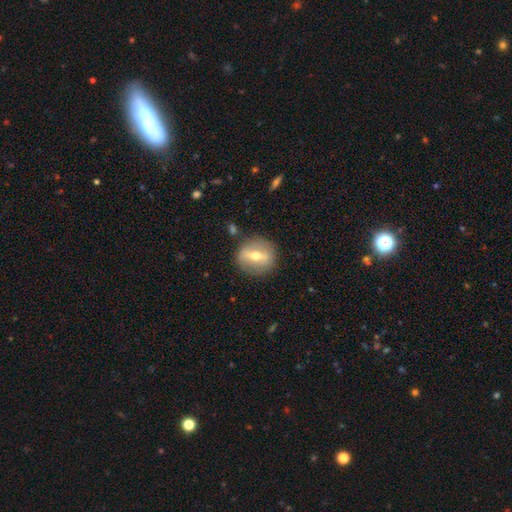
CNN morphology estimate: smooth-or-featured: featured or disk: 58% | smooth: 35% | star or artifact: 7%
  disk-edge-on: no: 75% | yes: 25%
  merging: none: 84% | minor disturbance: 10% | major disturbance: 4% | merger: 2%